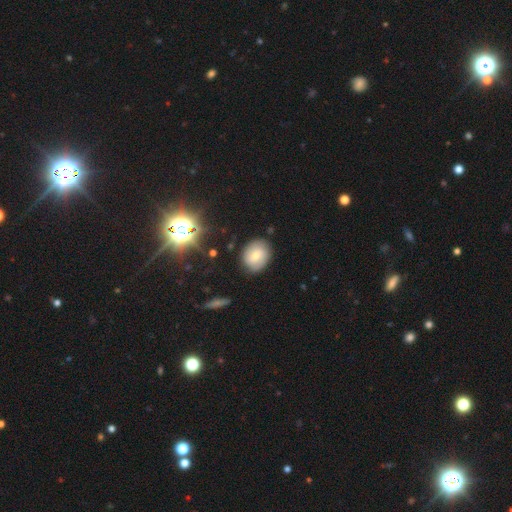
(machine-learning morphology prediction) A smooth galaxy with no disk features (60%) that is round (58%). Merging: none (82%).